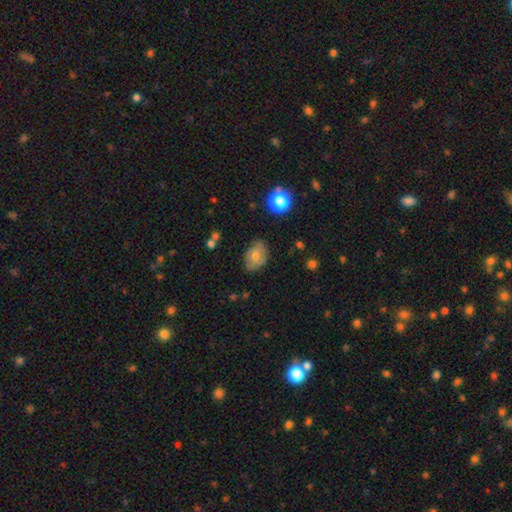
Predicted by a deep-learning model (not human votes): smooth-or-featured: smooth: 67% | featured or disk: 23% | star or artifact: 11%
  how-rounded: in between: 78% | round: 20% | cigar-shaped: 1%
  merging: none: 73% | minor disturbance: 21% | major disturbance: 4% | merger: 2%